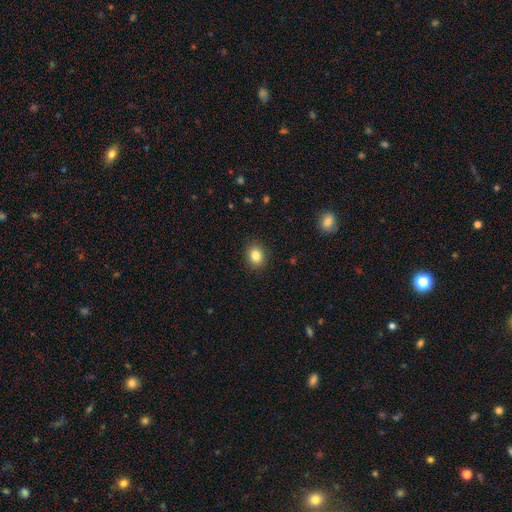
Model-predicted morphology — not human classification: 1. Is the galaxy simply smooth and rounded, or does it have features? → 84% smooth, 10% star or artifact, 6% featured or disk.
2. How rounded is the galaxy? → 59% round, 40% in between, 1% cigar-shaped.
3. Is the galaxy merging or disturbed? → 89% none, 8% minor disturbance, 2% major disturbance, 1% merger.